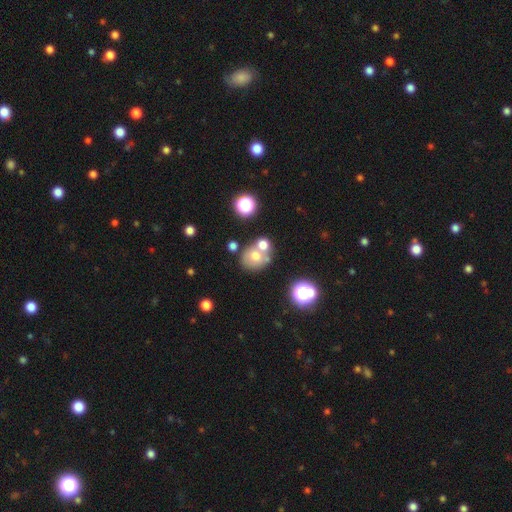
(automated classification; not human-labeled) smooth_or_featured: smooth (p=0.62) [alt: featured or disk p=0.21]
how_rounded: round (p=0.72) [alt: in between p=0.27]
merging: none (p=0.49) [alt: merger p=0.34]